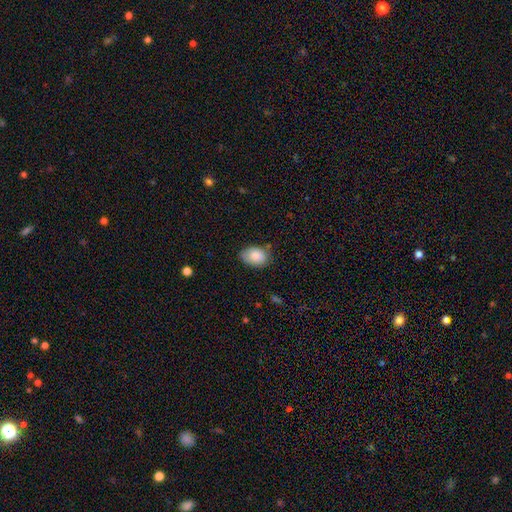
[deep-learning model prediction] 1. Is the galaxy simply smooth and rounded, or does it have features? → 85% smooth, 8% featured or disk, 7% star or artifact.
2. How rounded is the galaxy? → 79% in between, 20% round, 1% cigar-shaped.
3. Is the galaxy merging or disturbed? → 70% none, 24% minor disturbance, 4% major disturbance, 2% merger.